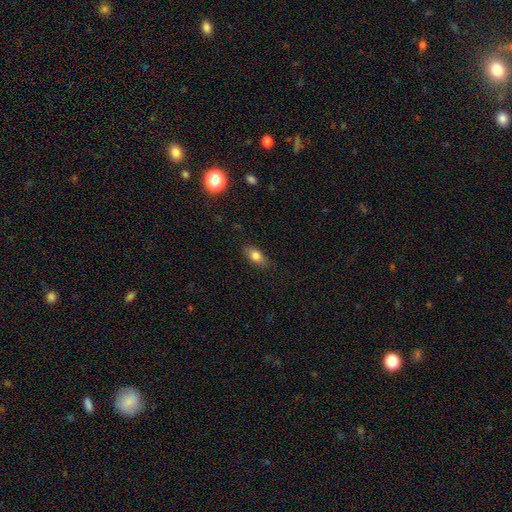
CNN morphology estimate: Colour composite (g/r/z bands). It shows a smooth galaxy with no disk features (79%) that is in between round and cigar-shaped (84%). Merging: none (84%).